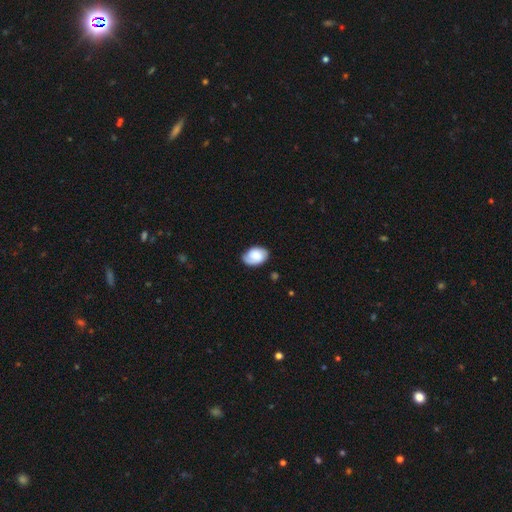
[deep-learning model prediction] Q: Smooth or featured?
A: smooth (56%); runner-up: featured or disk (36%)
Q: How rounded?
A: in between (83%); runner-up: round (16%)
Q: Merging?
A: none (71%); runner-up: minor disturbance (22%)